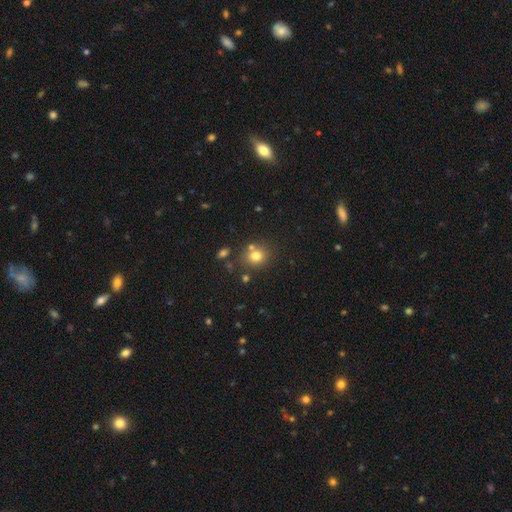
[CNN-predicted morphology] The model was most divided on "how rounded": round: 74%, in between: 25%, cigar-shaped: 1%. More confident: smooth or featured — smooth (77%); merging — none (67%).